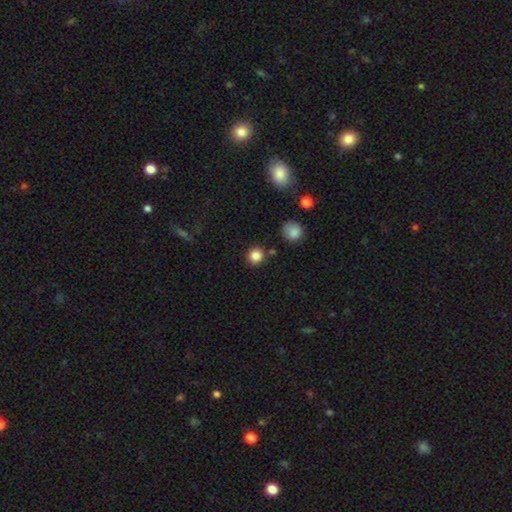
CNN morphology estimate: Overall: smooth (85%). How rounded: round (93%). Merging: none (85%).